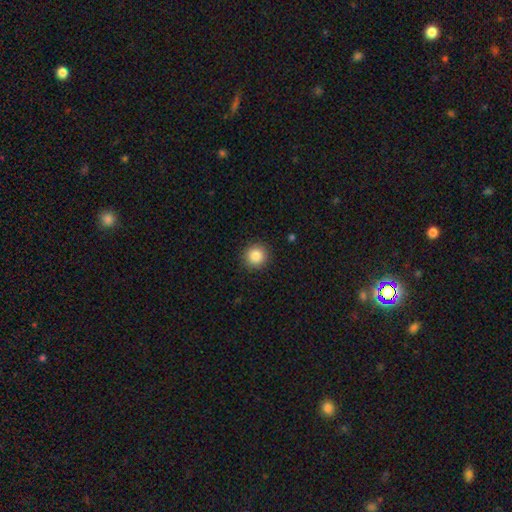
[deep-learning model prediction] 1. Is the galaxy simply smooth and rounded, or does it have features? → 86% smooth, 10% star or artifact, 5% featured or disk.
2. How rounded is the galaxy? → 94% round, 5% in between, 1% cigar-shaped.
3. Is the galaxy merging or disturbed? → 91% none, 6% minor disturbance, 2% major disturbance, 1% merger.